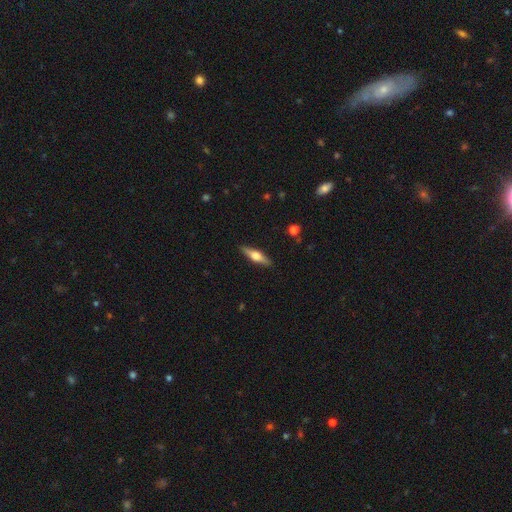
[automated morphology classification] This is possibly a featured or disk galaxy (58%). It is clearly viewed edge-on (95%). Edge-on bulge: clearly rounded (92%). Merging: clearly none (90%).